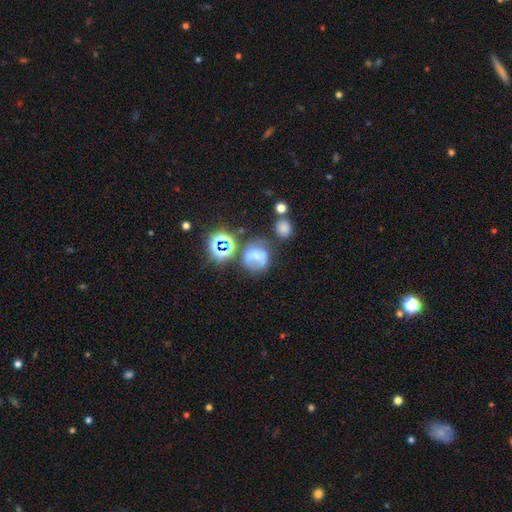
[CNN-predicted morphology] smooth-or-featured: smooth: 50% | featured or disk: 28% | star or artifact: 22%
  how-rounded: round: 77% | in between: 22% | cigar-shaped: 1%
  merging: none: 46% | minor disturbance: 21% | major disturbance: 19% | merger: 14%